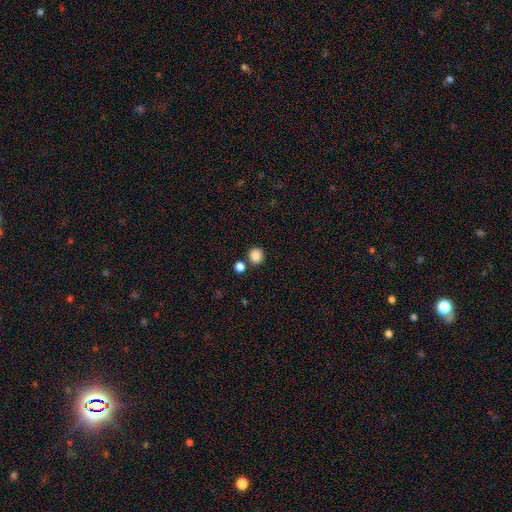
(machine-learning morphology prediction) A smooth galaxy with no disk features (86%) that is round (90%).

Vote fractions:
- Smooth or featured? smooth: 86% / star or artifact: 11% / featured or disk: 3%
- How rounded? round: 90% / in between: 9% / cigar-shaped: 1%
- Merging? none: 80% / merger: 10% / minor disturbance: 7% / major disturbance: 3%